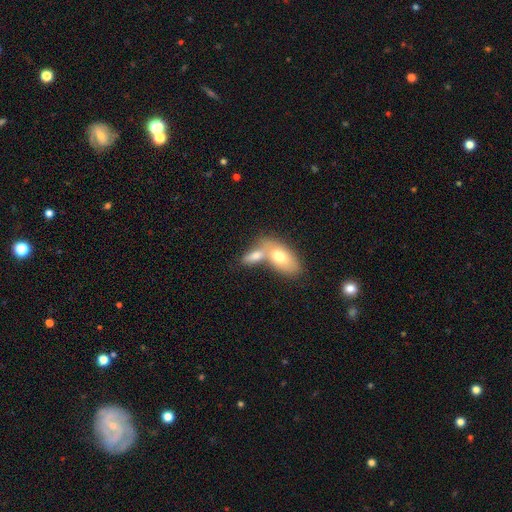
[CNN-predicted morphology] Q: Smooth or featured?
A: smooth (72%); runner-up: featured or disk (22%)
Q: How rounded?
A: in between (83%); runner-up: cigar-shaped (12%)
Q: Merging?
A: merger (60%); runner-up: none (29%)